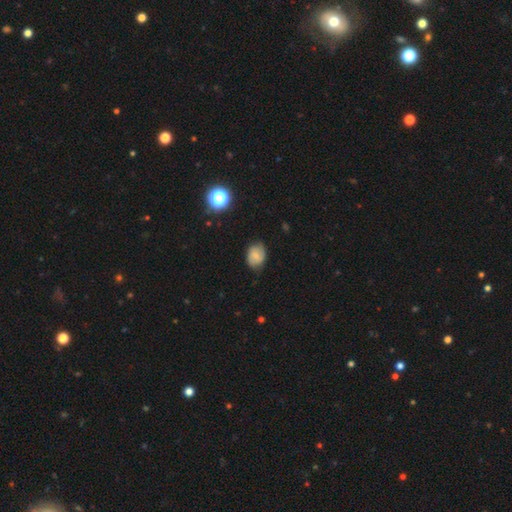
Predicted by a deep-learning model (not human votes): smooth-or-featured: smooth: 70% | featured or disk: 20% | star or artifact: 10%
  how-rounded: in between: 60% | round: 39% | cigar-shaped: 1%
  merging: none: 73% | minor disturbance: 22% | major disturbance: 4% | merger: 1%